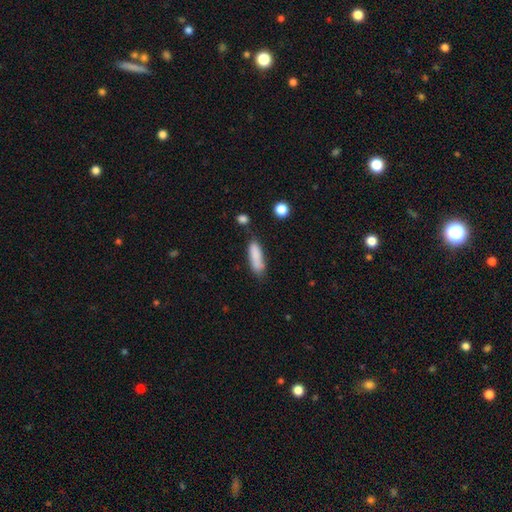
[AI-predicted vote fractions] The model was most divided on "how rounded": cigar-shaped: 51%, in between: 47%, round: 2%. More confident: smooth or featured — smooth (84%); merging — none (63%).